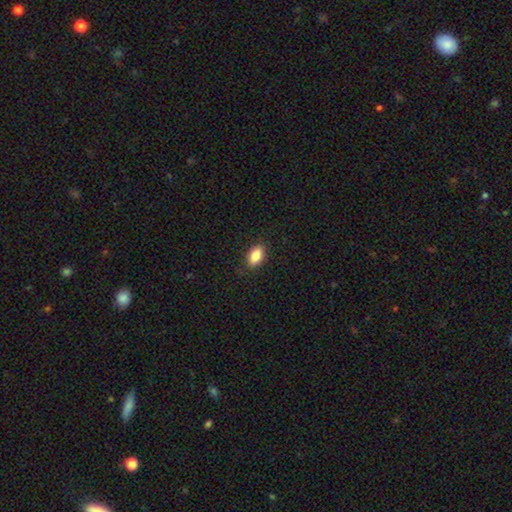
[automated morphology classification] A smooth galaxy with no disk features (84%) that is in between round and cigar-shaped (88%).

Vote fractions:
- Smooth or featured? smooth: 84% / featured or disk: 8% / star or artifact: 8%
- How rounded? in between: 88% / round: 7% / cigar-shaped: 5%
- Merging? none: 86% / minor disturbance: 11% / major disturbance: 2% / merger: 1%